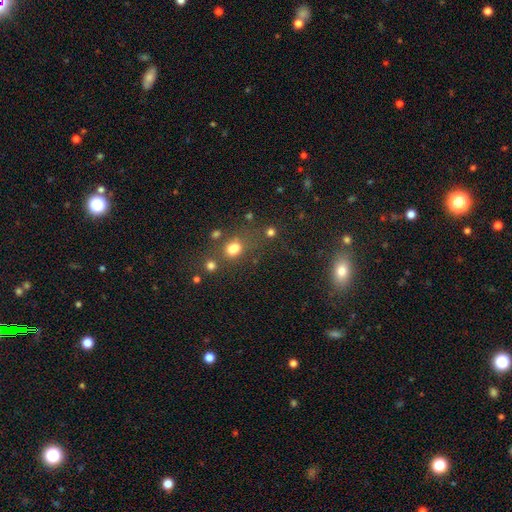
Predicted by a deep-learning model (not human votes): Smooth or featured? smooth (51%)
How rounded? round (65%)
Merging? none (66%)